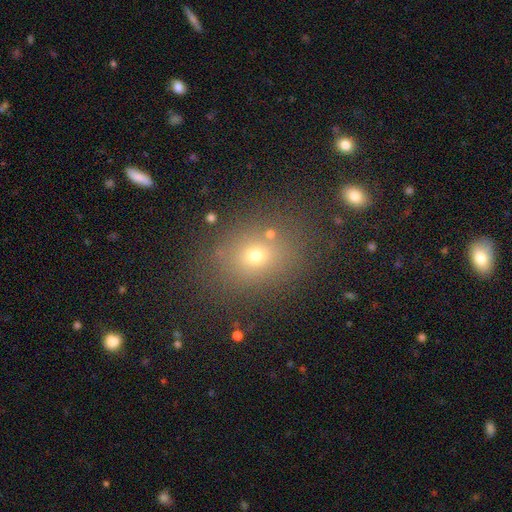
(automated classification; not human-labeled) Morphology: type=smooth (65%); roundness=round (52%); merging=none (81%).